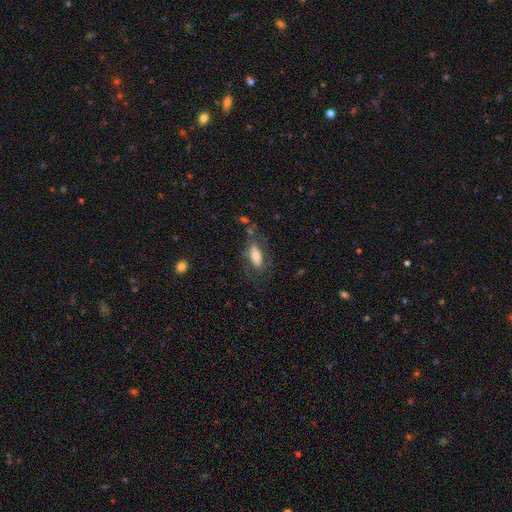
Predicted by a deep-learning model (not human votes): Q: Smooth or featured?
A: smooth (59%); runner-up: featured or disk (33%)
Q: How rounded?
A: in between (81%); runner-up: cigar-shaped (16%)
Q: Merging?
A: none (58%); runner-up: minor disturbance (20%)